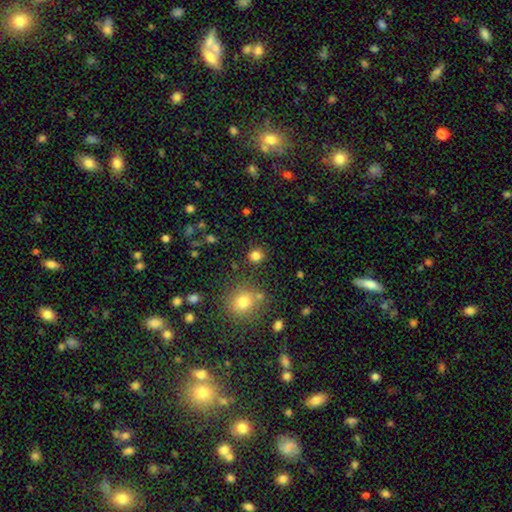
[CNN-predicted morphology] Q: Smooth or featured?
A: smooth (82%); runner-up: star or artifact (14%)
Q: How rounded?
A: round (88%); runner-up: in between (11%)
Q: Merging?
A: none (87%); runner-up: minor disturbance (7%)